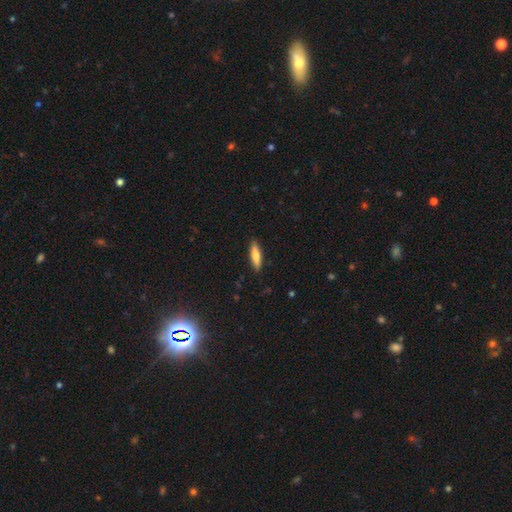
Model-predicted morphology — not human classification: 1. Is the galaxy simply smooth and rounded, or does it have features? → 70% smooth, 25% featured or disk, 6% star or artifact.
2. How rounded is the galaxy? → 70% cigar-shaped, 28% in between, 2% round.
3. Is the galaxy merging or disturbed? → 89% none, 8% minor disturbance, 2% major disturbance, 1% merger.